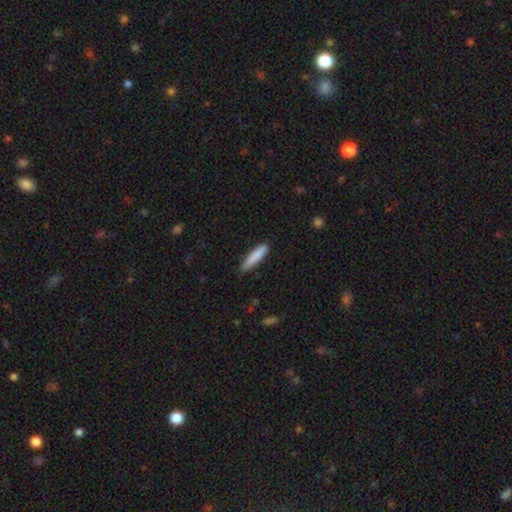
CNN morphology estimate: Smooth or featured? smooth (83%)
How rounded? cigar-shaped (86%)
Merging? none (83%)